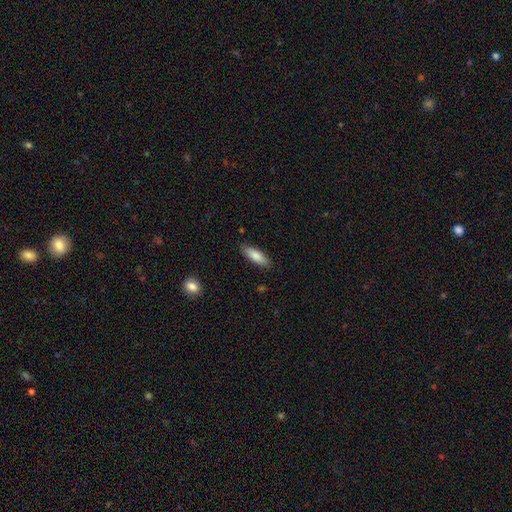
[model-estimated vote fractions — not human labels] Morphology: type=smooth (81%); roundness=in between (53%); merging=none (86%).